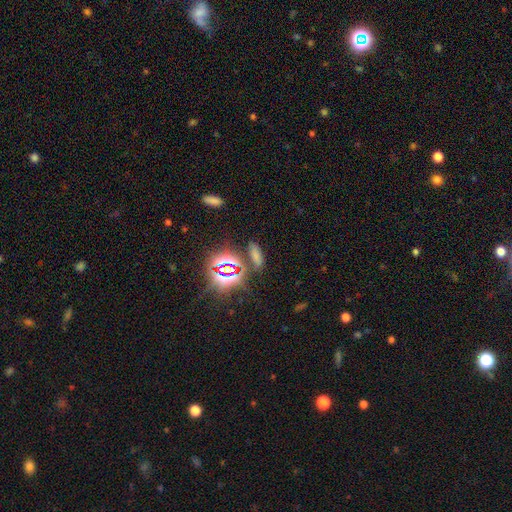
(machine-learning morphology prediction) smooth-or-featured: smooth: 54% | star or artifact: 38% | featured or disk: 9%
  how-rounded: in between: 63% | cigar-shaped: 30% | round: 7%
  merging: none: 76% | minor disturbance: 12% | merger: 7% | major disturbance: 5%